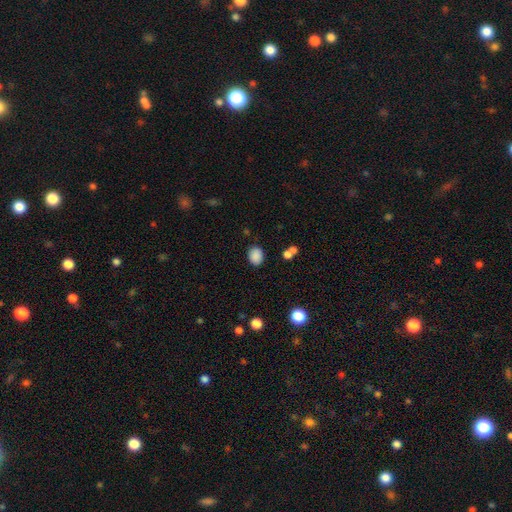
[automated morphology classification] A smooth galaxy with no disk features (87%) that is in between round and cigar-shaped (58%). Merging: none (83%).